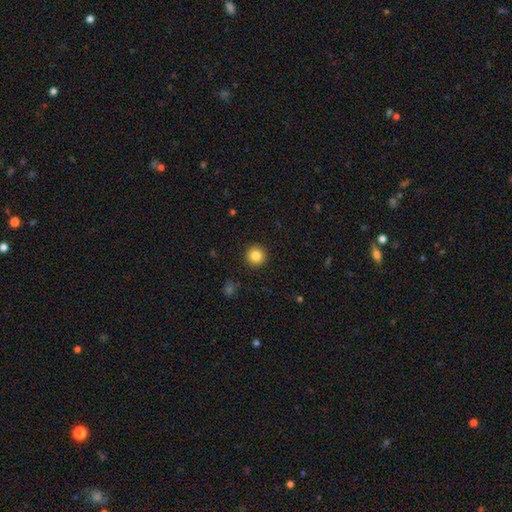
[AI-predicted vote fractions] smooth_or_featured: smooth (p=0.84) [alt: star or artifact p=0.11]
how_rounded: round (p=0.96) [alt: in between p=0.03]
merging: none (p=0.93) [alt: minor disturbance p=0.04]